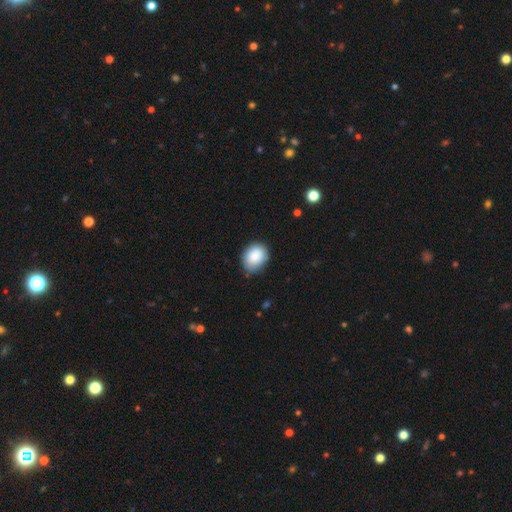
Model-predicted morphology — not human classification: smooth 86%, star or artifact 7%, featured or disk 7%. Down the decision tree: how rounded — in between (52%); merging — none (79%).